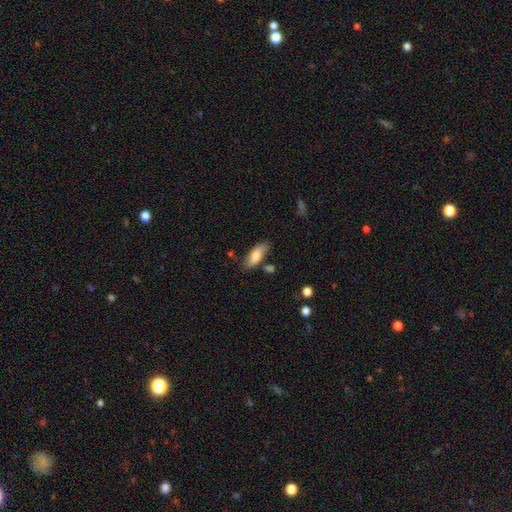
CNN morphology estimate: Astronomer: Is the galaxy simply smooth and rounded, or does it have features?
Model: smooth — 77%.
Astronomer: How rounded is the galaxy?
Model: in between — 77%.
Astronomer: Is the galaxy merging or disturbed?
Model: none — 73%.